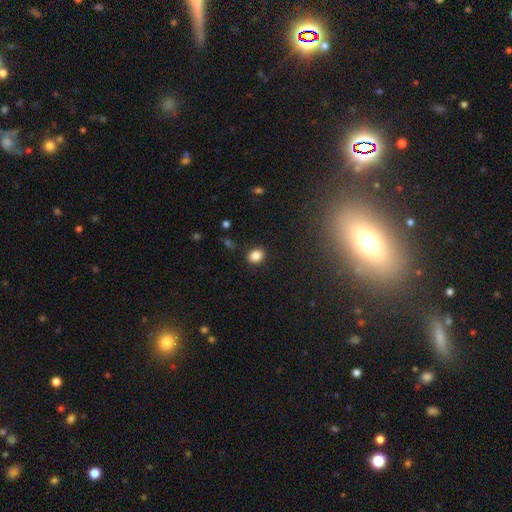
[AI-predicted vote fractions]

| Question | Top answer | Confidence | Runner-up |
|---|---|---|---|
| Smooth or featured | smooth | 85% | star or artifact (10%) |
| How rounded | in between | 51% | round (48%) |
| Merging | none | 88% | minor disturbance (8%) |